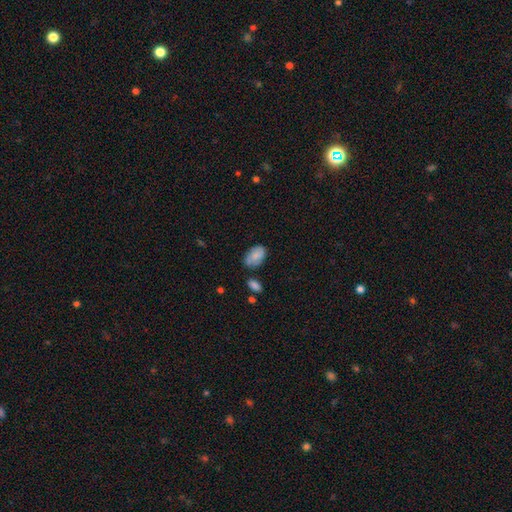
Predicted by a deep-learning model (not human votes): Smooth or featured: smooth — 80% (featured or disk — 13%)
How rounded: in between — 91% (round — 8%)
Merging: none — 65% (minor disturbance — 24%)